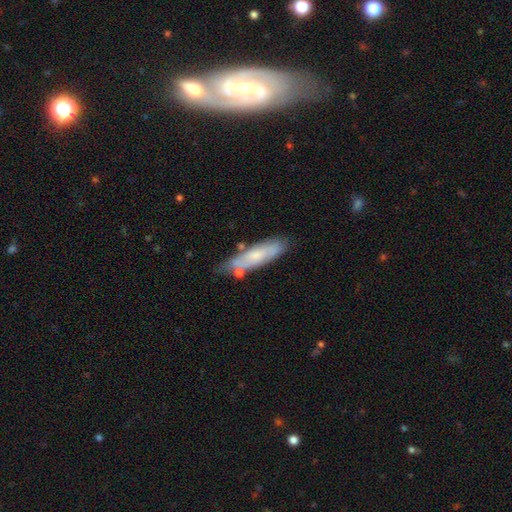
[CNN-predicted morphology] Smooth or featured: smooth — 56% (featured or disk — 38%)
How rounded: cigar-shaped — 68% (in between — 30%)
Merging: none — 65% (minor disturbance — 22%)